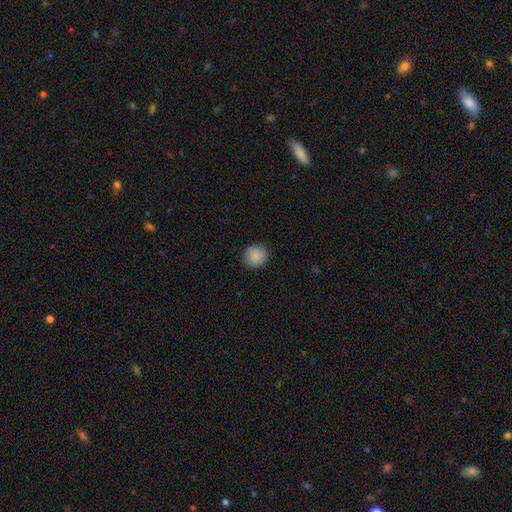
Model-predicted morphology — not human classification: Q: Smooth or featured?
A: smooth (88%); runner-up: star or artifact (8%)
Q: How rounded?
A: round (93%); runner-up: in between (6%)
Q: Merging?
A: none (91%); runner-up: minor disturbance (6%)